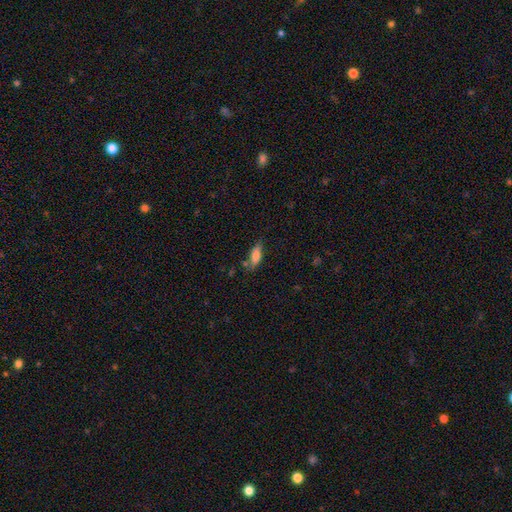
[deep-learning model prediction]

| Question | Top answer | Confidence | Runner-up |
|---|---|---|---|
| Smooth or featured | smooth | 78% | featured or disk (14%) |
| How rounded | in between | 67% | cigar-shaped (31%) |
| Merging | none | 63% | minor disturbance (23%) |